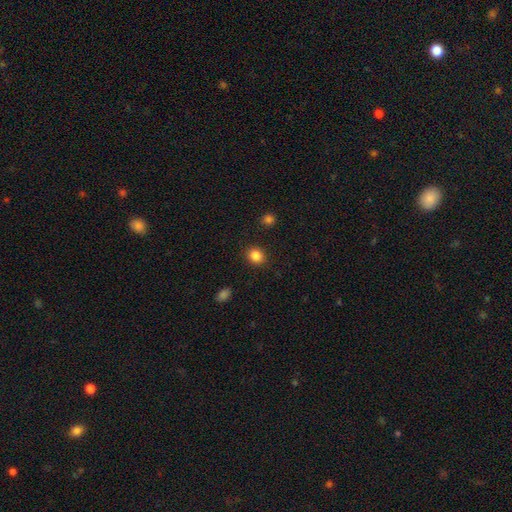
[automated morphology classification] This appears to be a smooth galaxy with no disk features (85%) that is round (70%). Merging: none (90%).